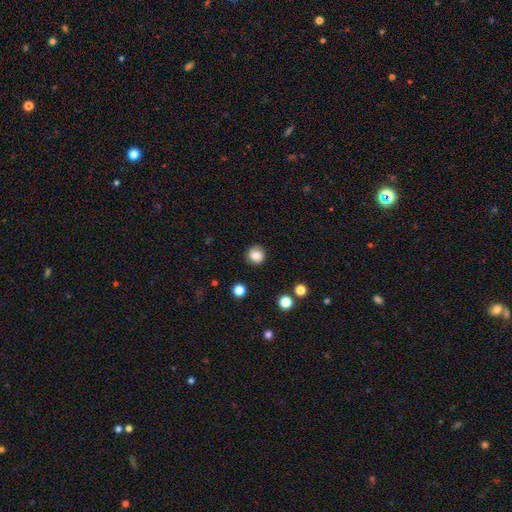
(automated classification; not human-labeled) Smooth or featured? Predicted: smooth (p=0.85). How rounded? Predicted: round (p=0.93). Merging? Predicted: none (p=0.90).